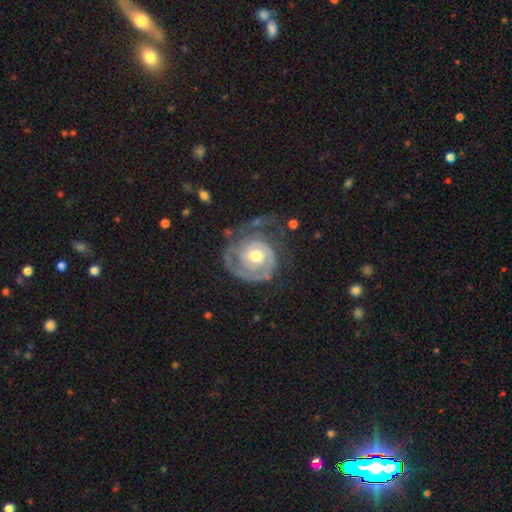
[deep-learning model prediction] The model was most divided on "spiral arm count": 1: 37%, 2: 26%, can't tell: 23%, 3: 8%, 4: 3%, more than 4: 3%. More confident: edge-on disk — no (98%); spiral arms — yes (90%); smooth or featured — featured or disk (82%); bar — no (77%); spiral winding — tight (71%); bulge size — moderate (70%); merging — none (53%).